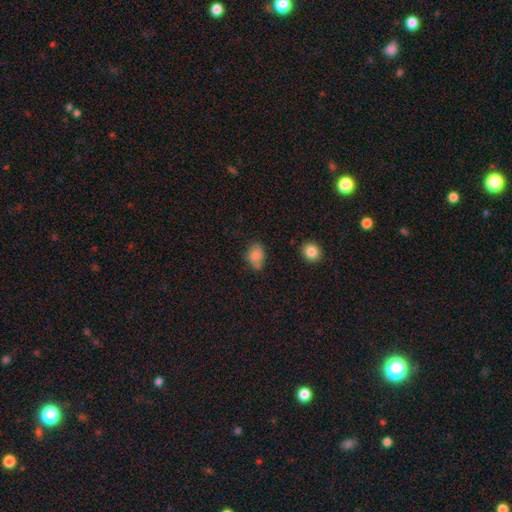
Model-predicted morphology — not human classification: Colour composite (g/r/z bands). It shows a smooth galaxy with no disk features (81%) that is in between round and cigar-shaped (69%). Merging: none (57%).